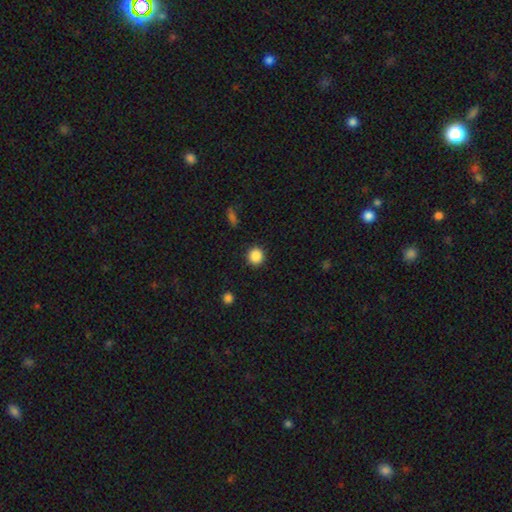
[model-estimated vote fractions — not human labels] A smooth galaxy with no disk features (88%) that is round (94%).

Vote fractions:
- Smooth or featured? smooth: 88% / star or artifact: 10% / featured or disk: 3%
- How rounded? round: 94% / in between: 5% / cigar-shaped: 1%
- Merging? none: 91% / minor disturbance: 6% / major disturbance: 2% / merger: 1%